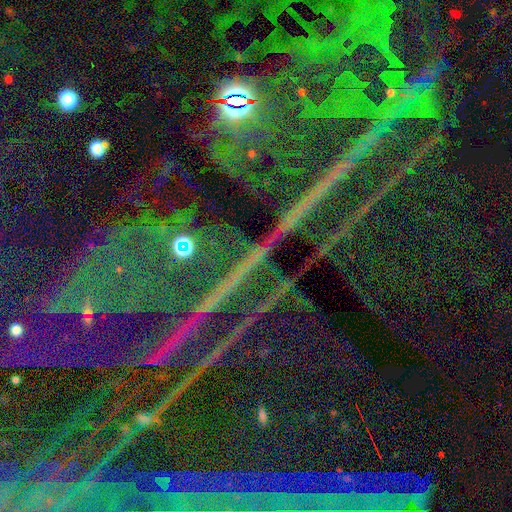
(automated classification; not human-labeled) star or artifact 85%, featured or disk 9%, smooth 6%.